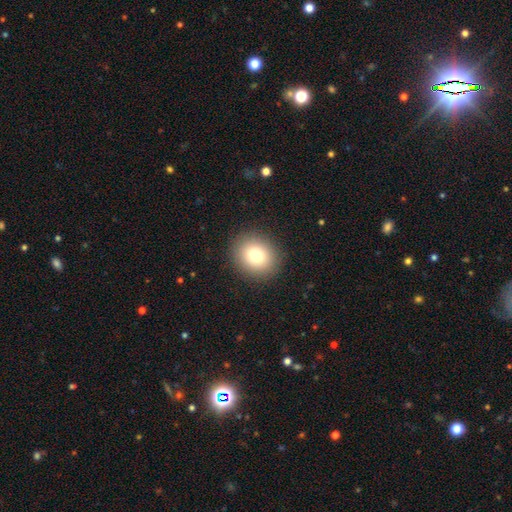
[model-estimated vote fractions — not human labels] A smooth galaxy with no disk features (80%) that is round (71%). Merging: none (90%).